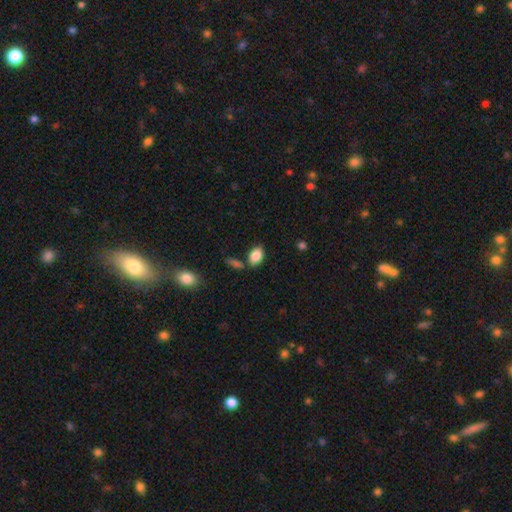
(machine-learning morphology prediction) smooth_or_featured: smooth (p=0.86) [alt: star or artifact p=0.08]
how_rounded: in between (p=0.86) [alt: round p=0.12]
merging: none (p=0.70) [alt: minor disturbance p=0.16]